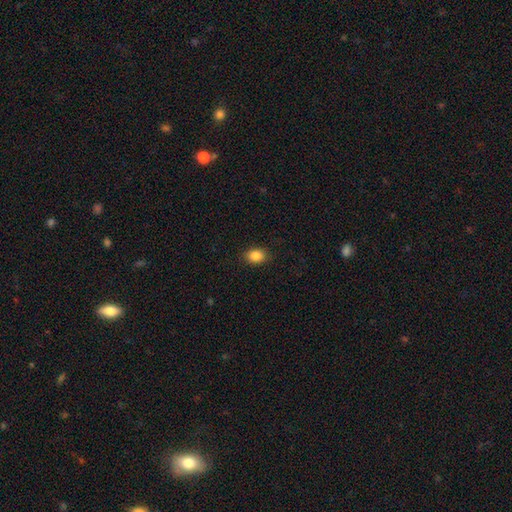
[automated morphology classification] Smooth or featured? Predicted: smooth (p=0.87). How rounded? Predicted: in between (p=0.75). Merging? Predicted: none (p=0.88).